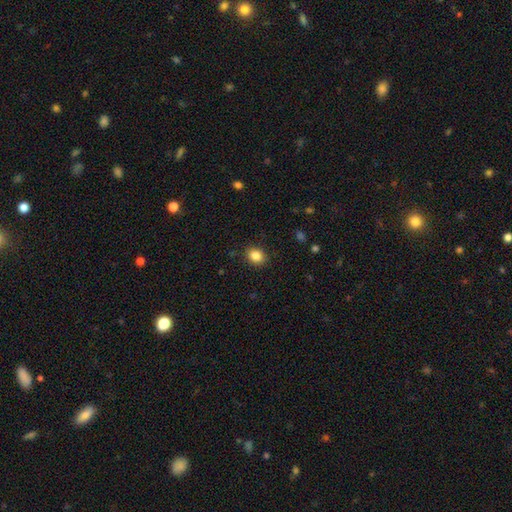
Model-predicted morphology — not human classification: A smooth galaxy with no disk features (85%) that is round (57%). Merging: none (89%).